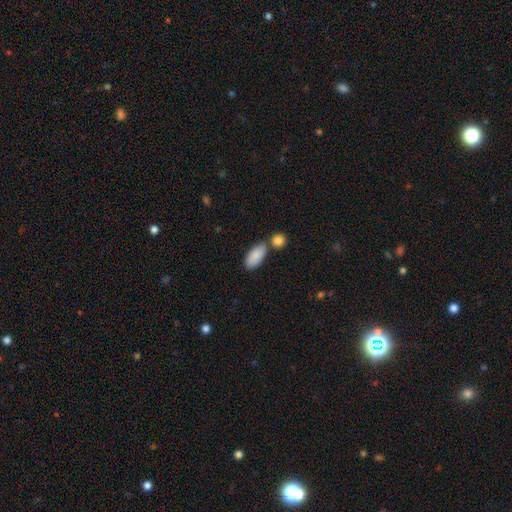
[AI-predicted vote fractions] Smooth or featured? Predicted: smooth (p=0.88). How rounded? Predicted: in between (p=0.89). Merging? Predicted: none (p=0.59).